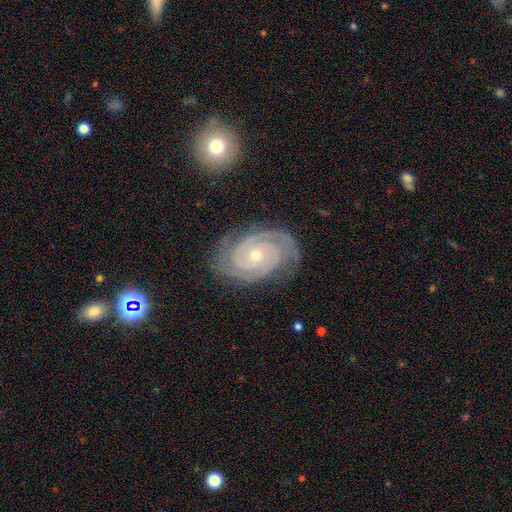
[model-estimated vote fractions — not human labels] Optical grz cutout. It shows a featured or disk galaxy (92%) with no bar (75%), 2 (63%) tight (82%) spiral arms (99%) and a small central bulge (67%). Merging: none (81%).